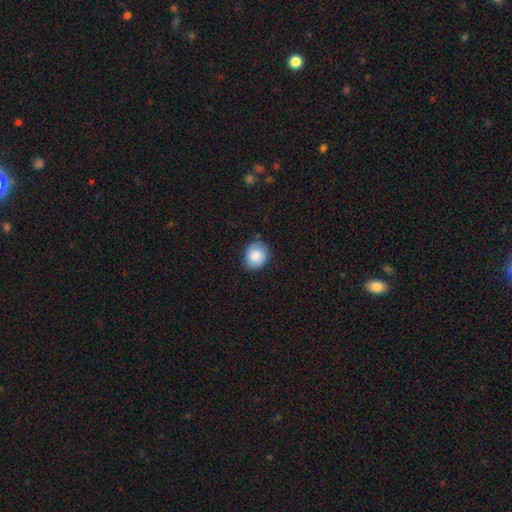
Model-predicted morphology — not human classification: Smooth or featured: smooth — 84% (featured or disk — 9%)
How rounded: round — 64% (in between — 35%)
Merging: none — 81% (minor disturbance — 15%)